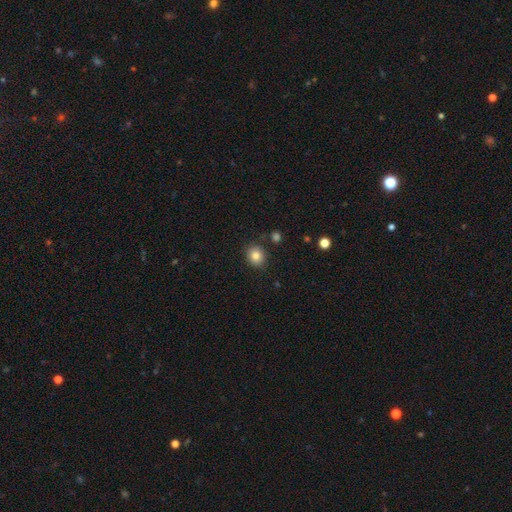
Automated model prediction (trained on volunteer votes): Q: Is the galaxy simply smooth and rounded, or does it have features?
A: smooth — 82%.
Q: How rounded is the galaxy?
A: round — 76%.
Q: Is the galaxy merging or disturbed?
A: none — 84%.